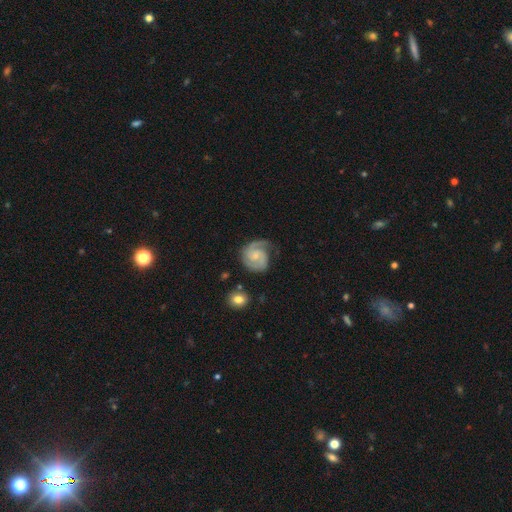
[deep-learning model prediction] Smooth or featured? Predicted: featured or disk (p=0.87). Edge-on disk? Predicted: no (p=0.98). Bar? Predicted: no (p=0.60). Spiral arms? Predicted: yes (p=0.97). Spiral winding? Predicted: tight (p=0.50). Spiral arm count? Predicted: 2 (p=0.75). Bulge size? Predicted: small (p=0.63). Merging? Predicted: none (p=0.67).